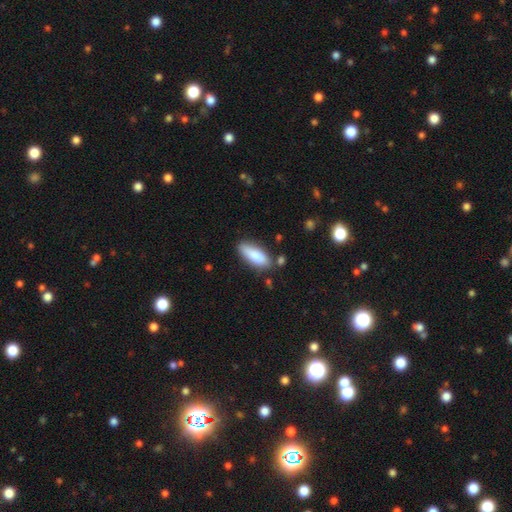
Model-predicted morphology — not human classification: A smooth galaxy with no disk features (84%) that is in between round and cigar-shaped (63%).

Vote fractions:
- Smooth or featured? smooth: 84% / featured or disk: 10% / star or artifact: 6%
- How rounded? in between: 63% / cigar-shaped: 35% / round: 2%
- Merging? none: 74% / minor disturbance: 17% / merger: 5% / major disturbance: 4%